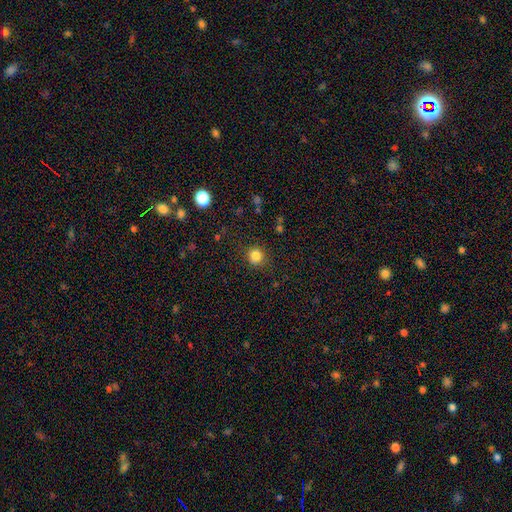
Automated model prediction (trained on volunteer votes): smooth-or-featured: smooth: 83% | star or artifact: 12% | featured or disk: 5%
  how-rounded: round: 89% | in between: 10% | cigar-shaped: 1%
  merging: none: 87% | minor disturbance: 8% | major disturbance: 3% | merger: 1%